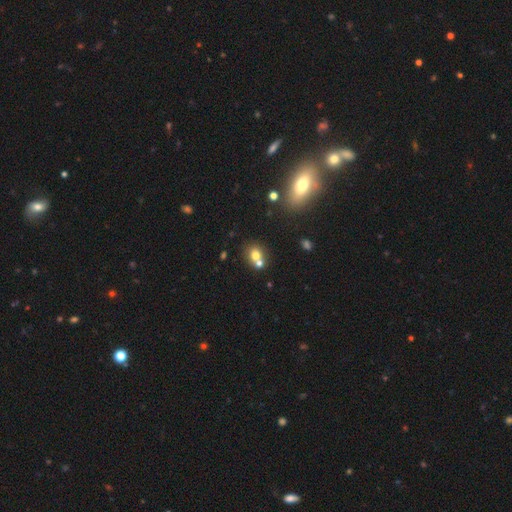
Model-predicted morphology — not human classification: Overall: smooth (70%). How rounded: round (75%). Merging: none (45%; merger 44%).